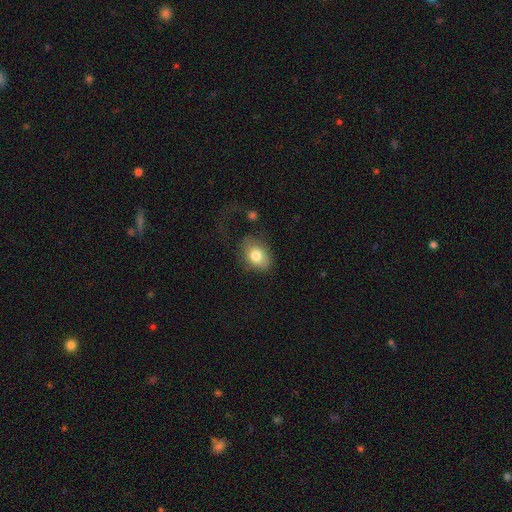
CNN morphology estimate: smooth_or_featured: smooth (p=0.77) [alt: featured or disk p=0.15]
how_rounded: in between (p=0.75) [alt: round p=0.24]
merging: none (p=0.57) [alt: minor disturbance p=0.21]